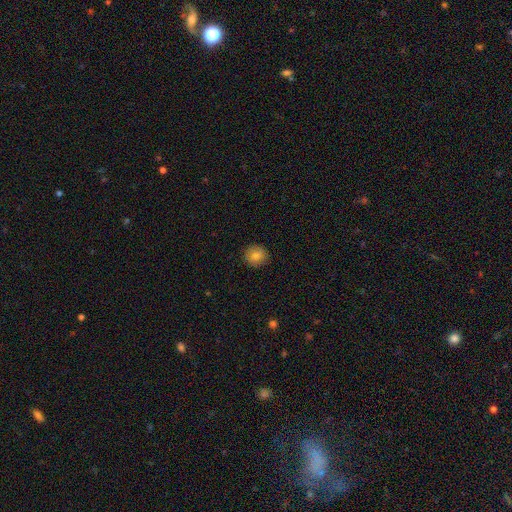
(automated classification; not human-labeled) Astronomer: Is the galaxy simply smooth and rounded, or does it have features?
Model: smooth — 79%.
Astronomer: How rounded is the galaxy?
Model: round — 93%.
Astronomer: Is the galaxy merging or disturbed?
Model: none — 90%.